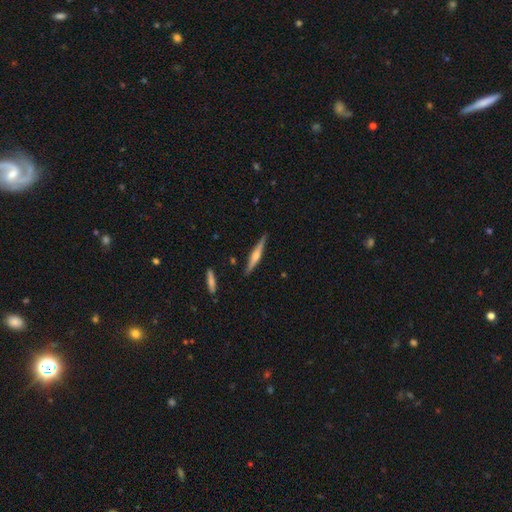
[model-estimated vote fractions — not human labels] Overall: featured or disk (68%). Edge-on disk: yes (98%). Edge-on bulge: rounded (85%). Merging: none (89%).